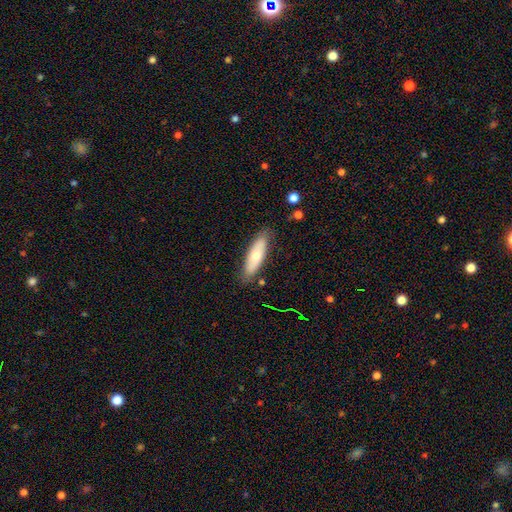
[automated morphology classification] smooth 61%, featured or disk 33%, star or artifact 6%. Down the decision tree: how rounded — in between (51%); merging — none (81%).